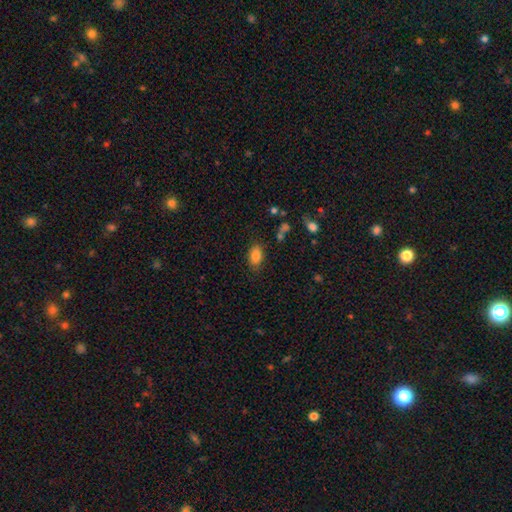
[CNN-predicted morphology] Overall: smooth (84%). How rounded: in between (89%). Merging: none (82%).